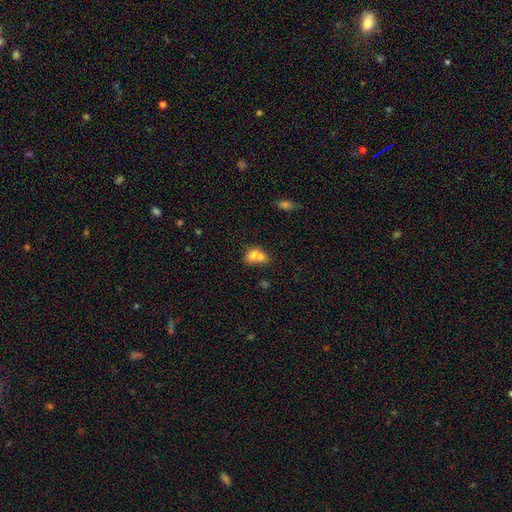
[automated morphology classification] Smooth or featured: smooth — 72% (featured or disk — 17%)
How rounded: in between — 65% (round — 33%)
Merging: merger — 67% (none — 20%)